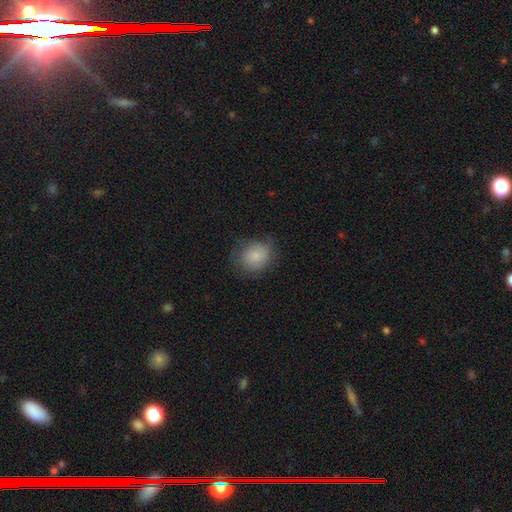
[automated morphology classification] A smooth galaxy with no disk features (79%) that is round (72%). Merging: none (69%).